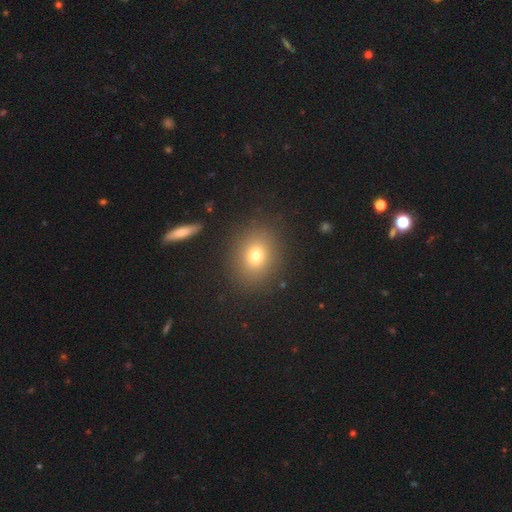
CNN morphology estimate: This appears to be a smooth galaxy with no disk features (73%) that is round (67%). Merging: none (87%).